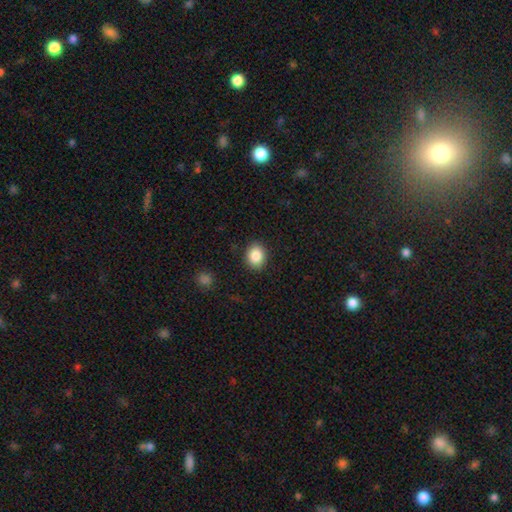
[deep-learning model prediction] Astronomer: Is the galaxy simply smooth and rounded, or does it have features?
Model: smooth — 87%.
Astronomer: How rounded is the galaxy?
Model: round — 50% (runner-up: in between, 49%).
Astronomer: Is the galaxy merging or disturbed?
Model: none — 89%.